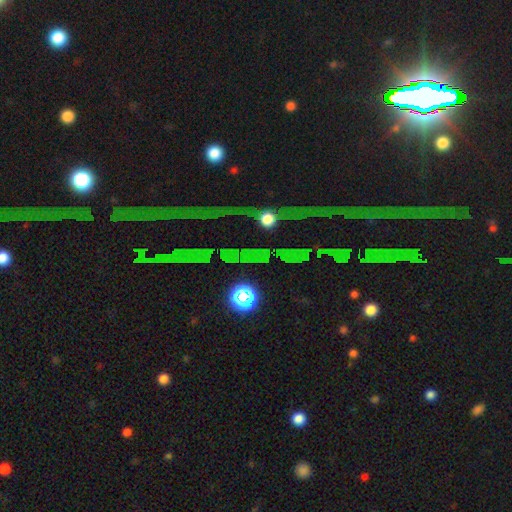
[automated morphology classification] Smooth or featured?
  - star or artifact: 74% *
  - smooth: 13%
  - featured or disk: 13%